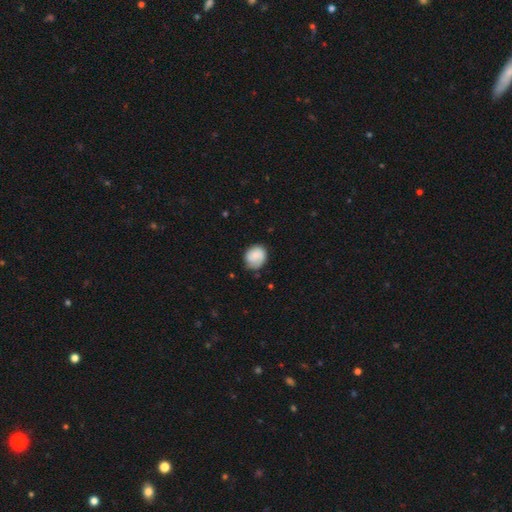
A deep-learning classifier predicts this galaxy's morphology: Smooth or featured? smooth (67%)
How rounded? round (67%)
Merging? none (67%)